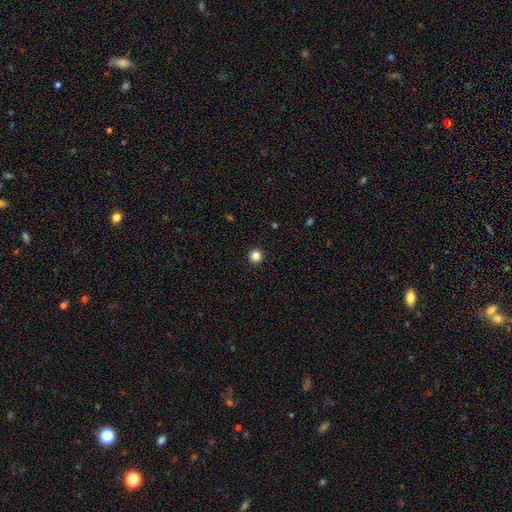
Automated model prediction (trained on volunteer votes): Smooth or featured? Predicted: smooth (p=0.84). How rounded? Predicted: round (p=0.96). Merging? Predicted: none (p=0.94).